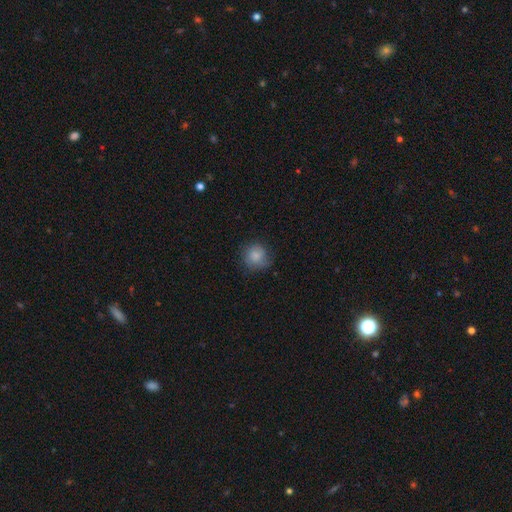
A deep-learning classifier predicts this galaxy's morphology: smooth_or_featured: smooth (p=0.80) [alt: featured or disk p=0.12]
how_rounded: round (p=0.87) [alt: in between p=0.12]
merging: none (p=0.67) [alt: minor disturbance p=0.24]